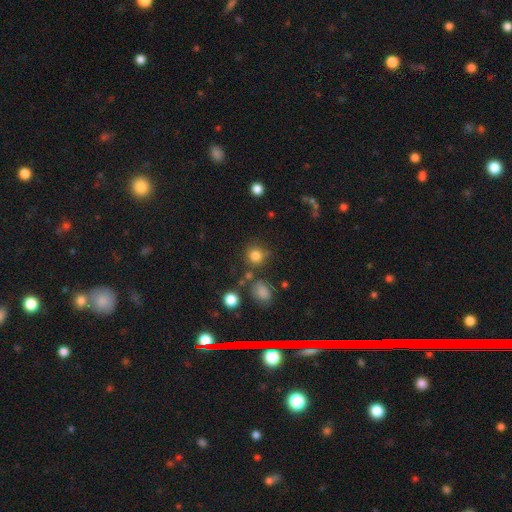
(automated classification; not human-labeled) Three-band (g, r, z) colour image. It shows a smooth galaxy with no disk features (81%) that is round (90%). Merging: none (76%).